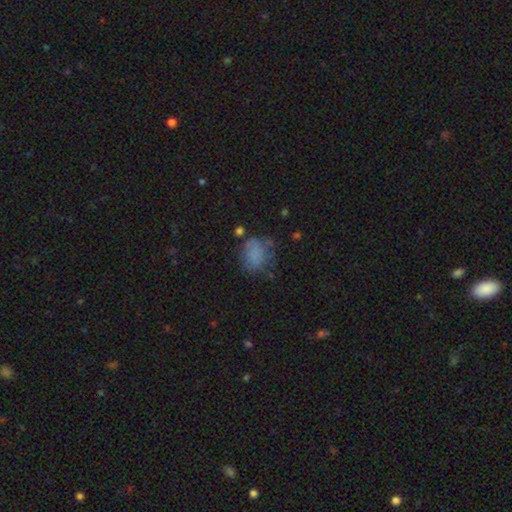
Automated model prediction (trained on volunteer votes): Morphology: type=smooth (69%); roundness=round (53%); merging=none (51%).